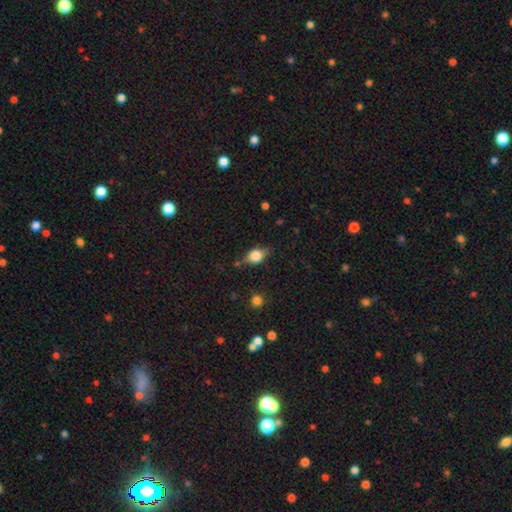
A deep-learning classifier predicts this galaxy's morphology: smooth 65%, featured or disk 25%, star or artifact 10%. Down the decision tree: how rounded — in between (61%); merging — none (70%).